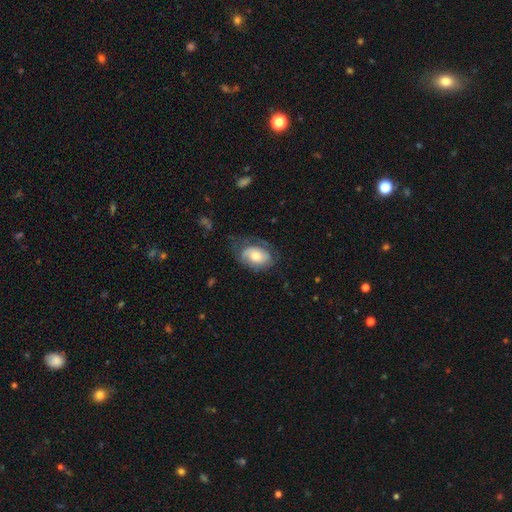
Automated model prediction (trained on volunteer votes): This appears to be a smooth galaxy with no disk features (47%). Merging: none (52%).